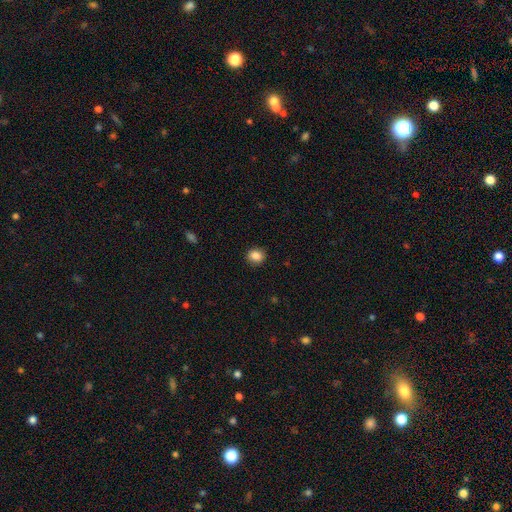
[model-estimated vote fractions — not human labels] Smooth or featured? Predicted: smooth (p=0.86). How rounded? Predicted: round (p=0.75). Merging? Predicted: none (p=0.88).